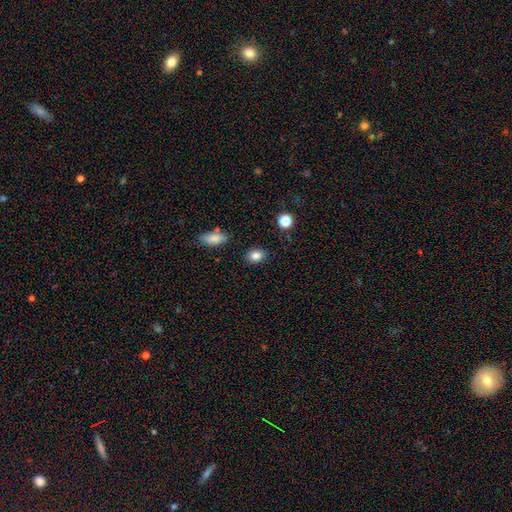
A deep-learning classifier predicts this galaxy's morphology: Smooth or featured?
  - smooth: 84% *
  - star or artifact: 10%
  - featured or disk: 6%
How rounded?
  - in between: 60% *
  - round: 38%
  - cigar-shaped: 1%
Merging?
  - none: 87% *
  - minor disturbance: 9%
  - major disturbance: 2%
  - merger: 2%